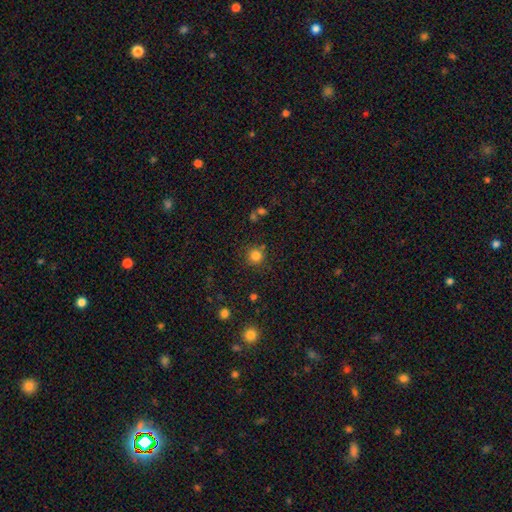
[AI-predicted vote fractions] This is clearly a smooth galaxy (82%). How rounded: clearly round (93%). Merging: clearly none (83%).